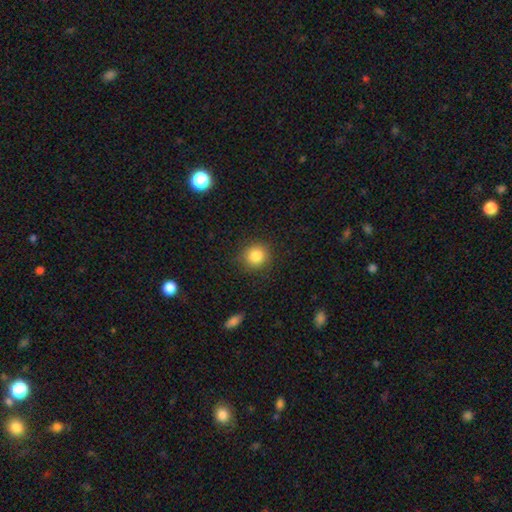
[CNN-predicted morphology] smooth-or-featured: smooth: 85% | star or artifact: 10% | featured or disk: 5%
  how-rounded: round: 91% | in between: 8% | cigar-shaped: 1%
  merging: none: 87% | minor disturbance: 9% | major disturbance: 3% | merger: 1%